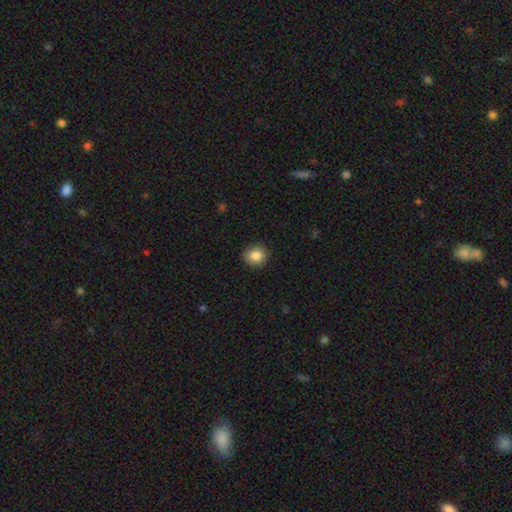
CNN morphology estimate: This appears to be a smooth galaxy with no disk features (85%) that is round (85%). Merging: none (90%).